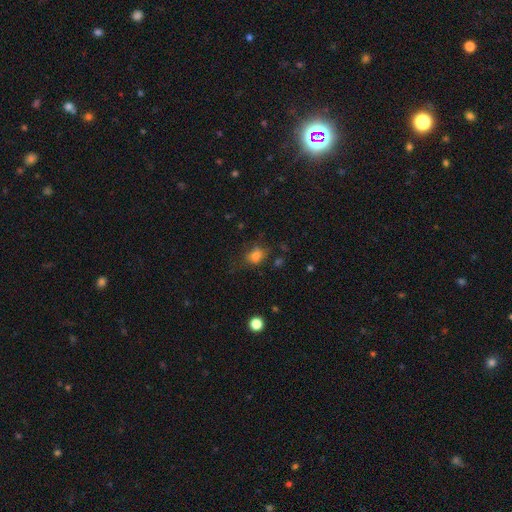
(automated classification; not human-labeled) Smooth or featured? smooth (75%)
How rounded? in between (51%)
Merging? none (59%)